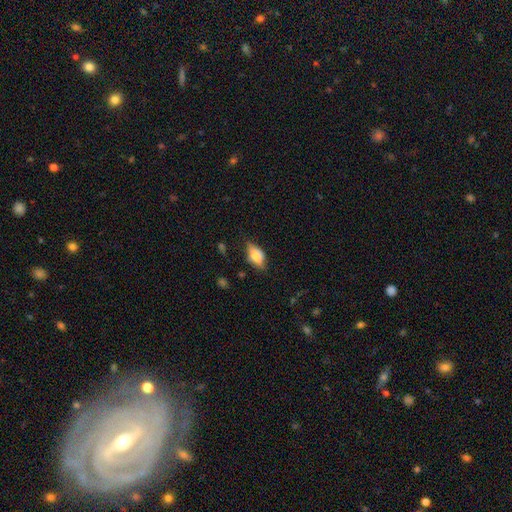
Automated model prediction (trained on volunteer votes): Q: Smooth or featured?
A: smooth (68%); runner-up: featured or disk (24%)
Q: How rounded?
A: in between (86%); runner-up: round (9%)
Q: Merging?
A: none (63%); runner-up: minor disturbance (28%)